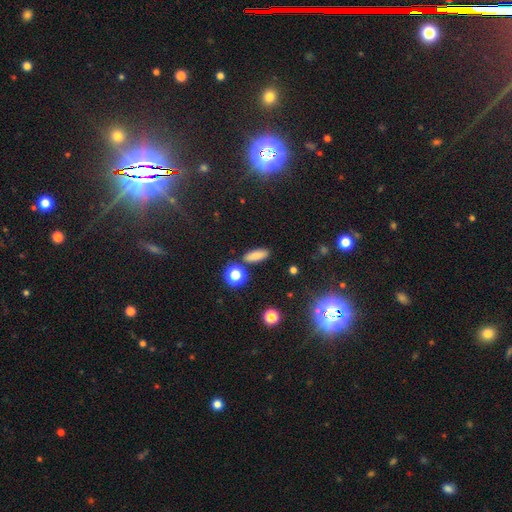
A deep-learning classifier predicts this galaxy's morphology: Q: Smooth or featured?
A: smooth (78%); runner-up: star or artifact (14%)
Q: How rounded?
A: in between (60%); runner-up: cigar-shaped (31%)
Q: Merging?
A: none (85%); runner-up: minor disturbance (8%)